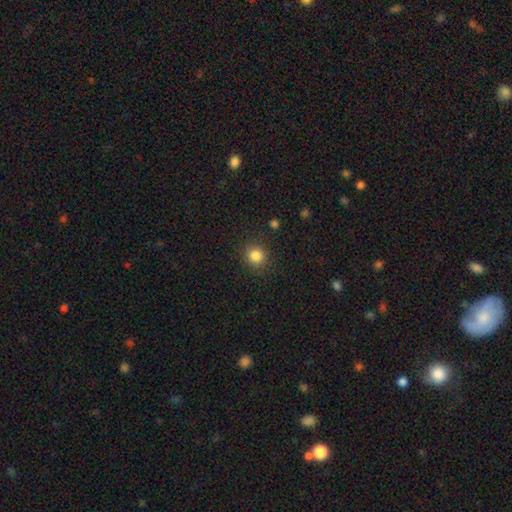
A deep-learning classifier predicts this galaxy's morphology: smooth_or_featured: smooth (p=0.84) [alt: star or artifact p=0.12]
how_rounded: round (p=0.88) [alt: in between p=0.11]
merging: none (p=0.88) [alt: minor disturbance p=0.08]